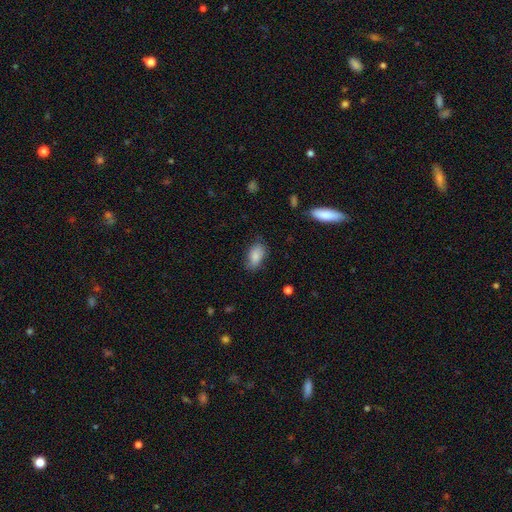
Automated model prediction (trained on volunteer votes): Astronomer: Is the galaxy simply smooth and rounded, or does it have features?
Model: smooth — 84%.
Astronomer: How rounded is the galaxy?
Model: in between — 91%.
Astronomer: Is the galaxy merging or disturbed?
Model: none — 72%.